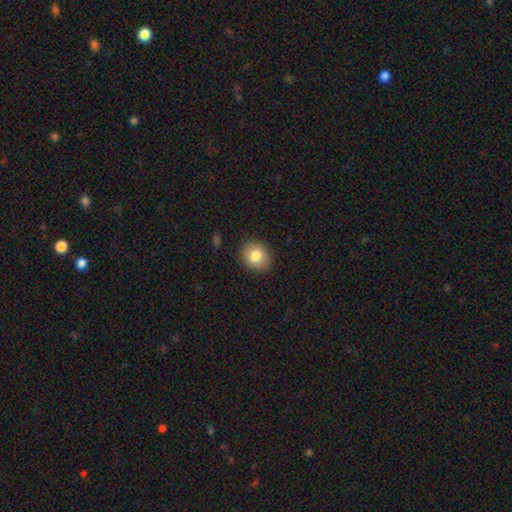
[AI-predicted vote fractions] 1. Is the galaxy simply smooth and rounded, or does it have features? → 83% smooth, 9% star or artifact, 8% featured or disk.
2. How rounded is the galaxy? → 71% round, 29% in between, 1% cigar-shaped.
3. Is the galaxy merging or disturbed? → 88% none, 8% minor disturbance, 2% major disturbance, 1% merger.